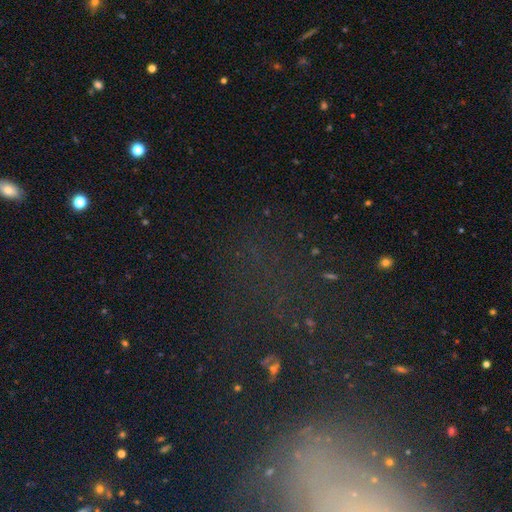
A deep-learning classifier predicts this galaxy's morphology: Smooth or featured?
  - star or artifact: 61% *
  - smooth: 21%
  - featured or disk: 18%